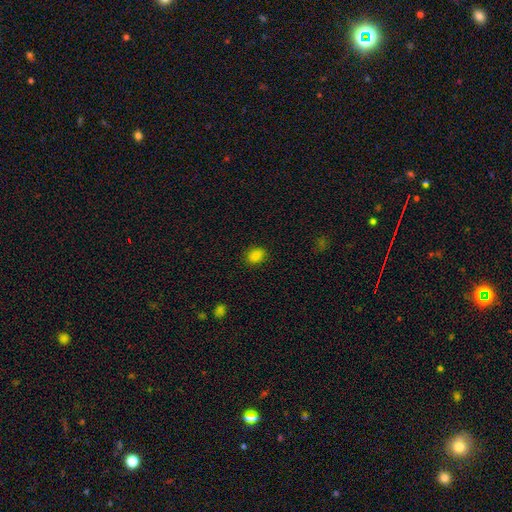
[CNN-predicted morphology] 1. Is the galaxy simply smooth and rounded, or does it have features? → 84% smooth, 13% star or artifact, 3% featured or disk.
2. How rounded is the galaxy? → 59% in between, 40% round, 1% cigar-shaped.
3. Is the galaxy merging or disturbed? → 86% none, 10% minor disturbance, 3% major disturbance, 1% merger.